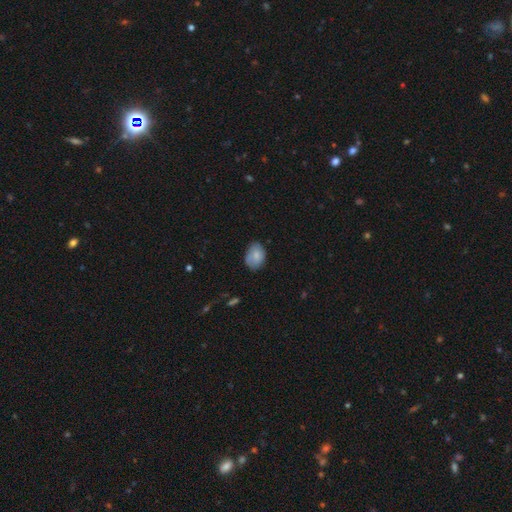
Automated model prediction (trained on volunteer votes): smooth-or-featured: smooth: 80% | featured or disk: 13% | star or artifact: 7%
  how-rounded: in between: 79% | round: 20% | cigar-shaped: 1%
  merging: none: 69% | minor disturbance: 25% | major disturbance: 4% | merger: 1%